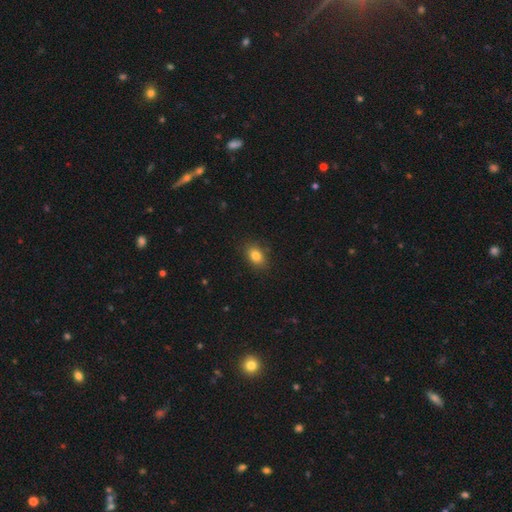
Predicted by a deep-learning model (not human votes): This appears to be a smooth galaxy with no disk features (83%) that is in between round and cigar-shaped (76%). Merging: none (86%).